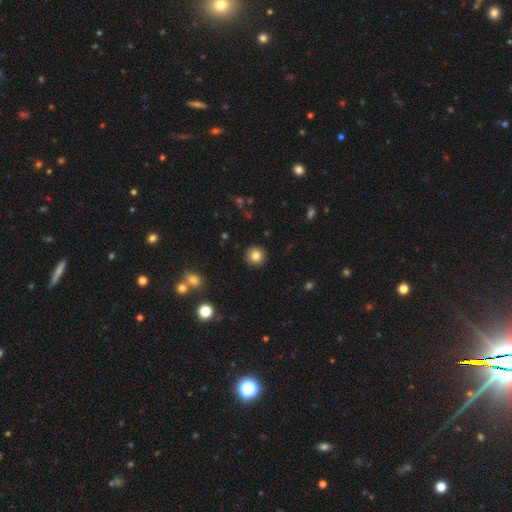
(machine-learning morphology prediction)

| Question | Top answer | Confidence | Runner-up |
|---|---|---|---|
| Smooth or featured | smooth | 83% | star or artifact (9%) |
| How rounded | round | 94% | in between (5%) |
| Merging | none | 92% | minor disturbance (5%) |